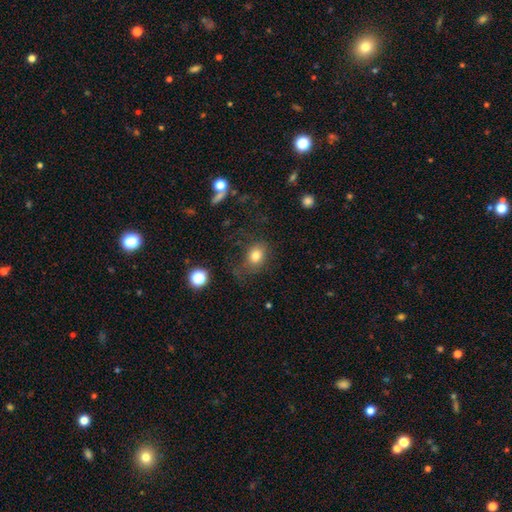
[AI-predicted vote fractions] This is likely a smooth galaxy (78%). How rounded: possibly round (50%). Merging: likely none (65%).